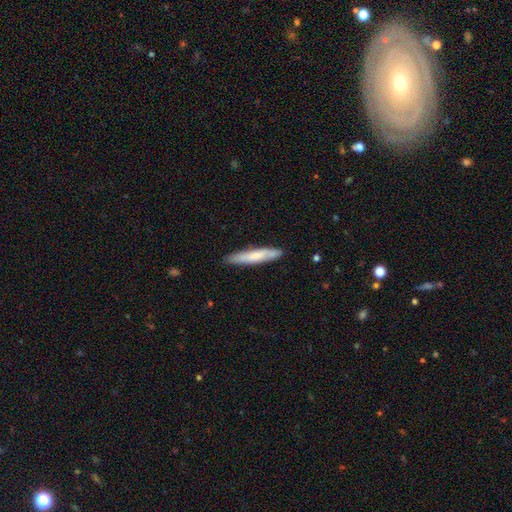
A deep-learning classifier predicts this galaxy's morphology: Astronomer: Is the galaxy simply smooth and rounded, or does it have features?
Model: smooth — 67%.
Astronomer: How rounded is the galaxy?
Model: cigar-shaped — 91%.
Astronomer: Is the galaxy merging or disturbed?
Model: none — 85%.